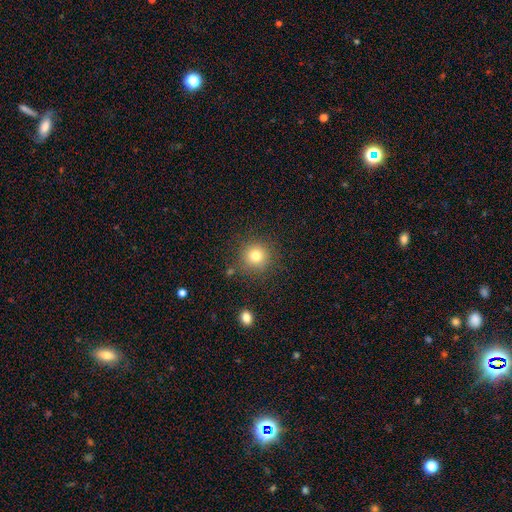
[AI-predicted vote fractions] Overall: smooth (79%). How rounded: round (93%). Merging: none (84%).